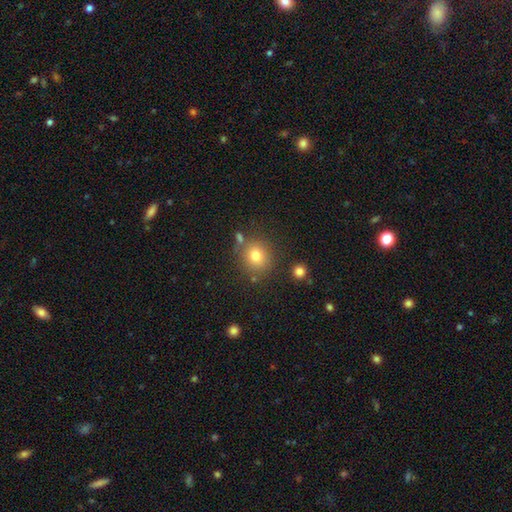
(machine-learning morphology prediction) Overall: smooth (78%). How rounded: round (85%). Merging: none (79%).